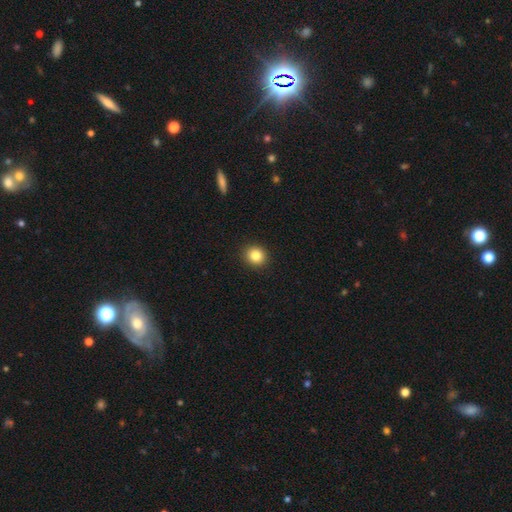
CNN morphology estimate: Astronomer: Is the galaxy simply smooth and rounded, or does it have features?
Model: smooth — 84%.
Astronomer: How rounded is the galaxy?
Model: round — 84%.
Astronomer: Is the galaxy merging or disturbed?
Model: none — 92%.